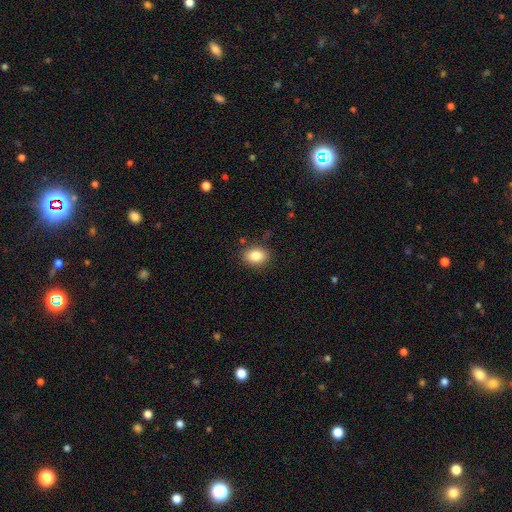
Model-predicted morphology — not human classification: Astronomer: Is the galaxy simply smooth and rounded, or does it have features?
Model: smooth — 84%.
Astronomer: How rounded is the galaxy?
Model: in between — 73%.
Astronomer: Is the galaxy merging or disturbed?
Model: none — 86%.